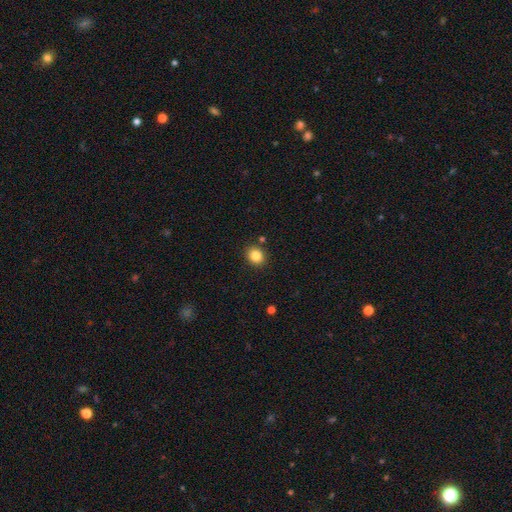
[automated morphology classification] This appears to be a smooth galaxy with no disk features (84%) that is round (70%). Merging: none (88%).